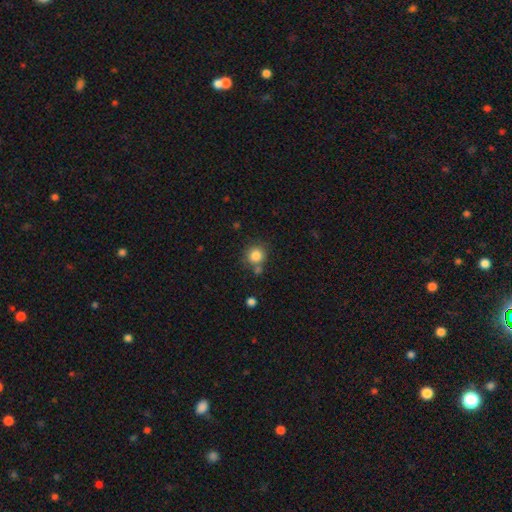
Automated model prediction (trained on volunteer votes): Q: Smooth or featured?
A: smooth (84%); runner-up: star or artifact (10%)
Q: How rounded?
A: round (90%); runner-up: in between (9%)
Q: Merging?
A: none (68%); runner-up: merger (15%)